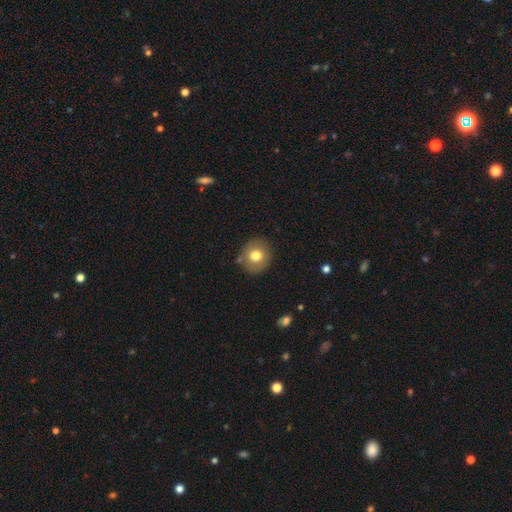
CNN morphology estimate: A smooth galaxy with no disk features (75%) that is round (86%). Merging: none (82%).